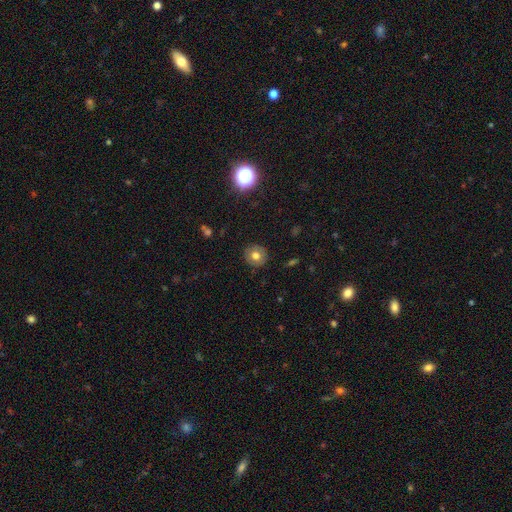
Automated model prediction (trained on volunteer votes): Smooth or featured: smooth — 72% (featured or disk — 16%)
How rounded: round — 90% (in between — 9%)
Merging: none — 89% (minor disturbance — 8%)